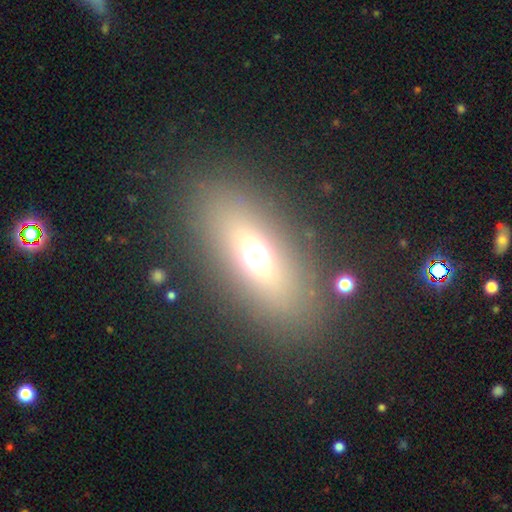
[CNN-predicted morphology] This is possibly a smooth galaxy (58%). How rounded: likely in between (71%). Merging: clearly none (82%).